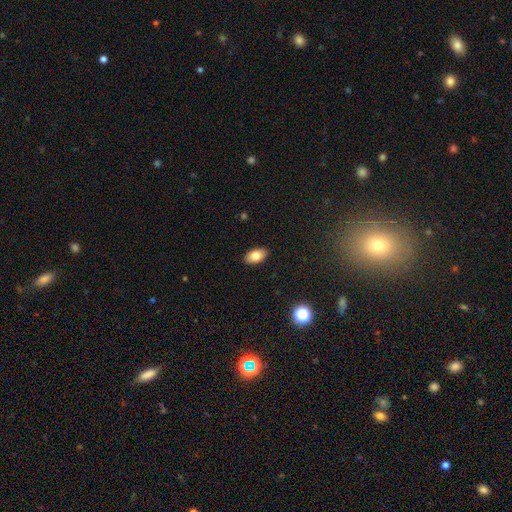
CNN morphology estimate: Q: Smooth or featured?
A: smooth (82%); runner-up: featured or disk (10%)
Q: How rounded?
A: in between (93%); runner-up: round (5%)
Q: Merging?
A: none (89%); runner-up: minor disturbance (8%)